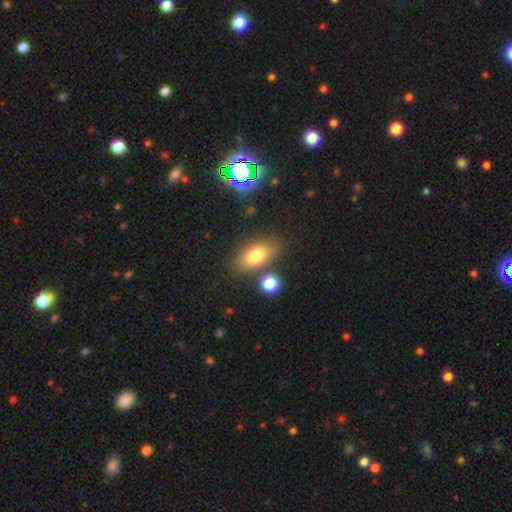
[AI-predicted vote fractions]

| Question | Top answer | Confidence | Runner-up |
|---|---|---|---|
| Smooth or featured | smooth | 75% | featured or disk (15%) |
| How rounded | in between | 86% | round (9%) |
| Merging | none | 75% | minor disturbance (11%) |